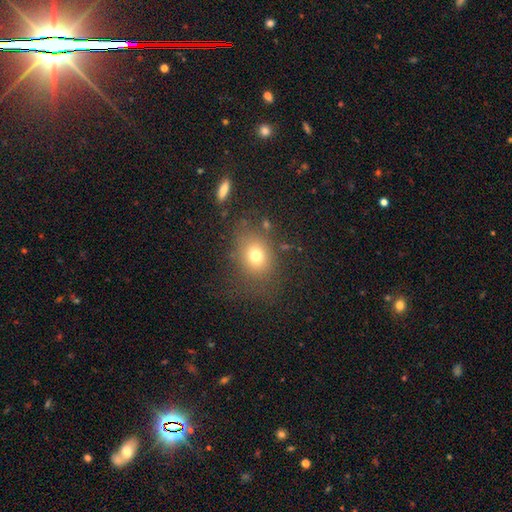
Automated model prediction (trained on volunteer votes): This is likely a smooth galaxy (73%). How rounded: possibly round (50%). Merging: likely none (71%).